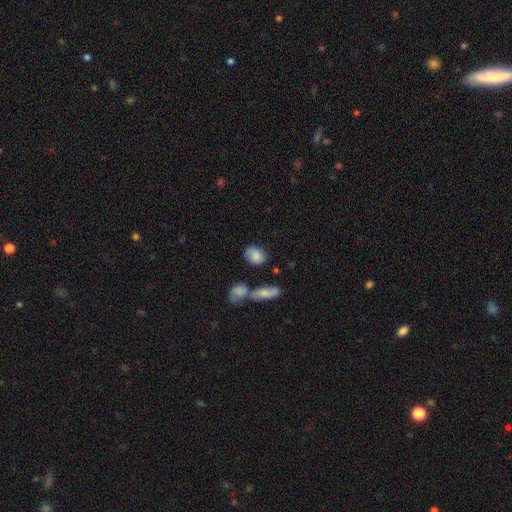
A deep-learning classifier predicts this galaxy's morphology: This is likely a smooth galaxy (76%). How rounded: likely in between (67%). Merging: possibly none (56%).